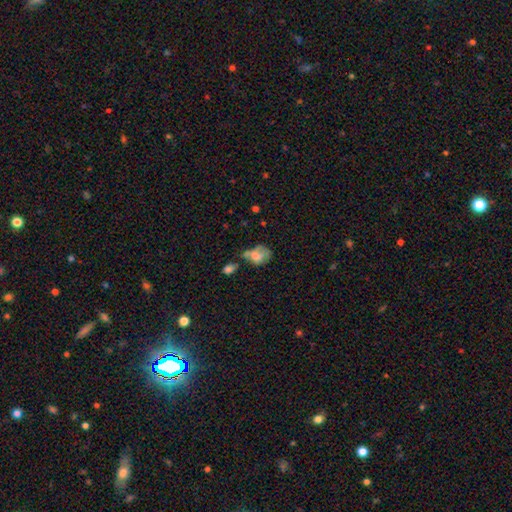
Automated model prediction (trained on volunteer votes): Smooth or featured: smooth — 64% (featured or disk — 26%)
How rounded: in between — 64% (round — 35%)
Merging: merger — 30% (minor disturbance — 24%)